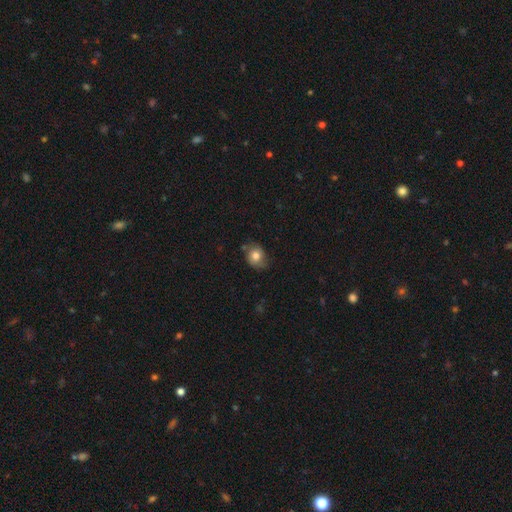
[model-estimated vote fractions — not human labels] smooth 76%, featured or disk 15%, star or artifact 9%. Down the decision tree: how rounded — round (55%); merging — none (65%).